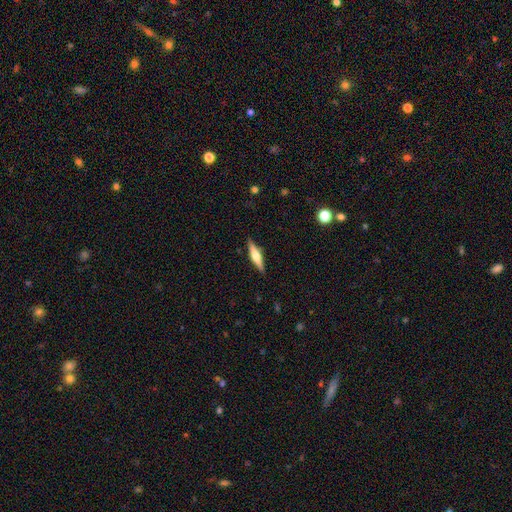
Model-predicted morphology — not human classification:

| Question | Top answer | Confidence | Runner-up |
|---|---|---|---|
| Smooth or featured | featured or disk | 60% | smooth (34%) |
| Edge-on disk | yes | 96% | no (4%) |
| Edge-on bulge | rounded | 91% | boxy (7%) |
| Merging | none | 89% | minor disturbance (8%) |